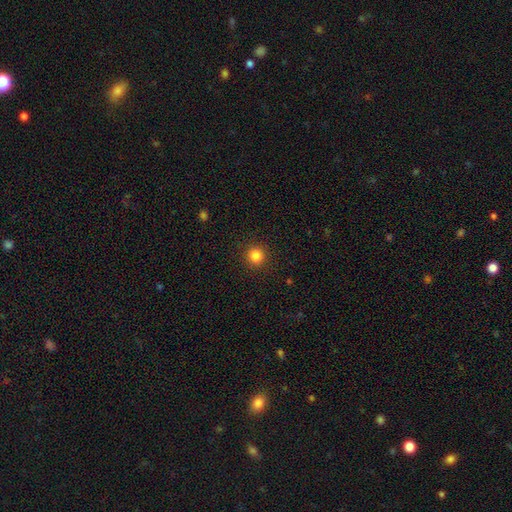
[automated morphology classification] Smooth or featured? Predicted: smooth (p=0.84). How rounded? Predicted: round (p=0.95). Merging? Predicted: none (p=0.92).